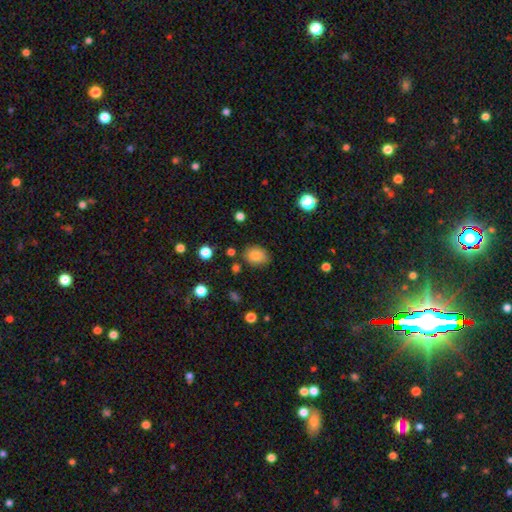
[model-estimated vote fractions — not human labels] The model was most divided on "how rounded": in between: 57%, round: 42%, cigar-shaped: 1%. More confident: merging — none (82%); smooth or featured — smooth (82%).